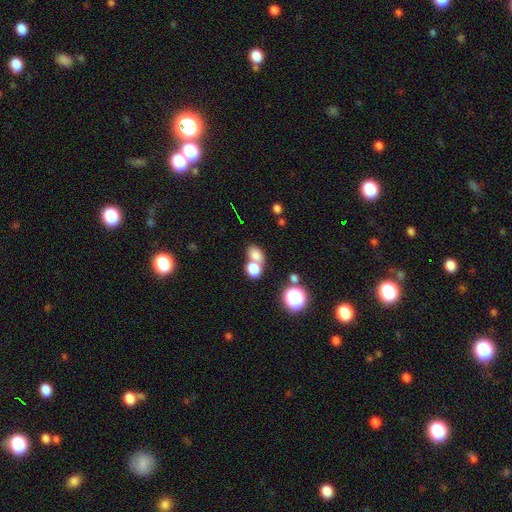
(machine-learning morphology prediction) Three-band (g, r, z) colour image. It shows a smooth galaxy with no disk features (76%) that is in between round and cigar-shaped (60%). Merging: merger (46%).